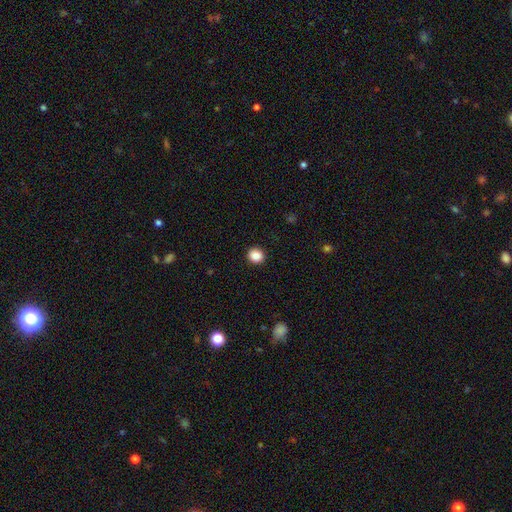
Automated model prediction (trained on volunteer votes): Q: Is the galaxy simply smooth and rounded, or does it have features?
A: smooth — 88%.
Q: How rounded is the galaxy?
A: round — 82%.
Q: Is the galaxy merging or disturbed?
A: none — 91%.